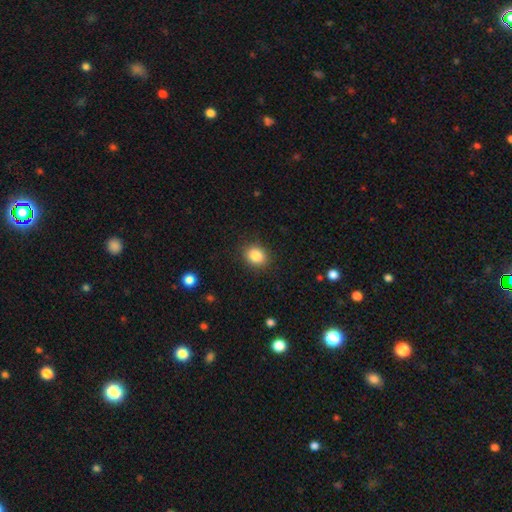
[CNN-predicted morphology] The model was most divided on "how rounded": round: 61%, in between: 39%, cigar-shaped: 1%. More confident: merging — none (87%); smooth or featured — smooth (86%).